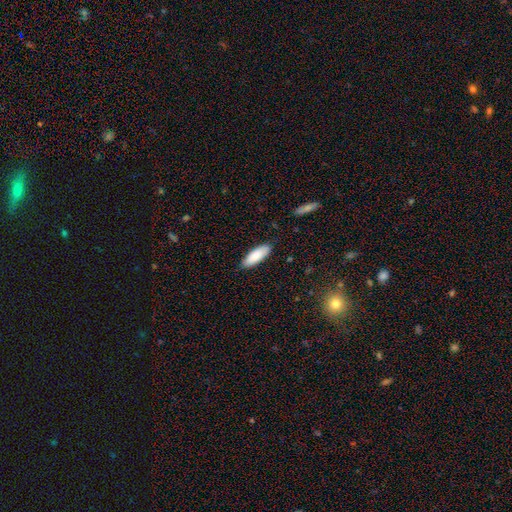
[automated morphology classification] Smooth or featured: smooth — 87% (featured or disk — 7%)
How rounded: in between — 66% (cigar-shaped — 33%)
Merging: none — 86% (minor disturbance — 11%)